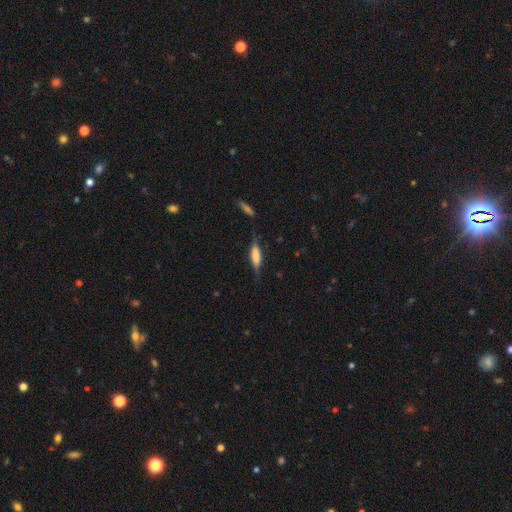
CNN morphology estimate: Smooth or featured? Predicted: smooth (p=0.56). How rounded? Predicted: cigar-shaped (p=0.64). Merging? Predicted: none (p=0.68).